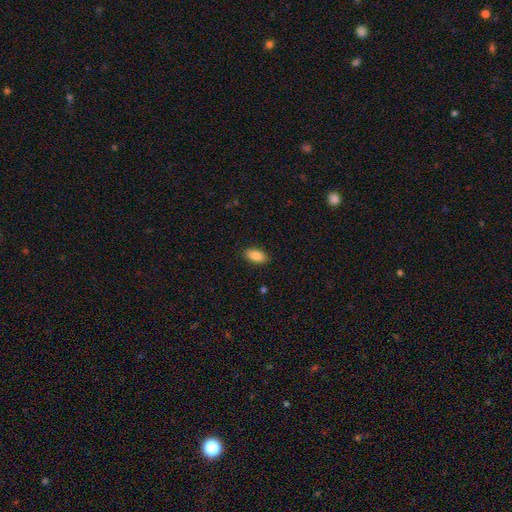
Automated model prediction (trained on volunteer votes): Smooth or featured? smooth (87%)
How rounded? in between (92%)
Merging? none (89%)